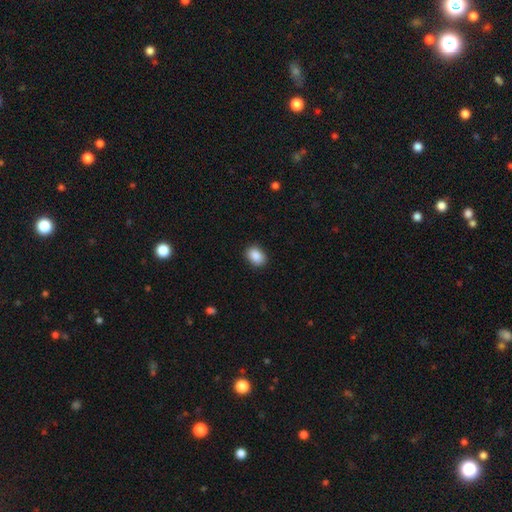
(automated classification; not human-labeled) smooth_or_featured: smooth (p=0.89) [alt: star or artifact p=0.08]
how_rounded: in between (p=0.70) [alt: round p=0.29]
merging: none (p=0.88) [alt: minor disturbance p=0.09]